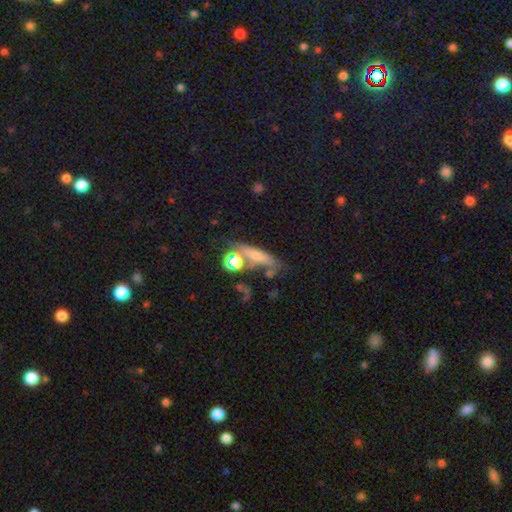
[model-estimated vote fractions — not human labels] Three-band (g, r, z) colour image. It shows a smooth galaxy with no disk features (64%) that is cigar-shaped (62%). Merging: none (55%).